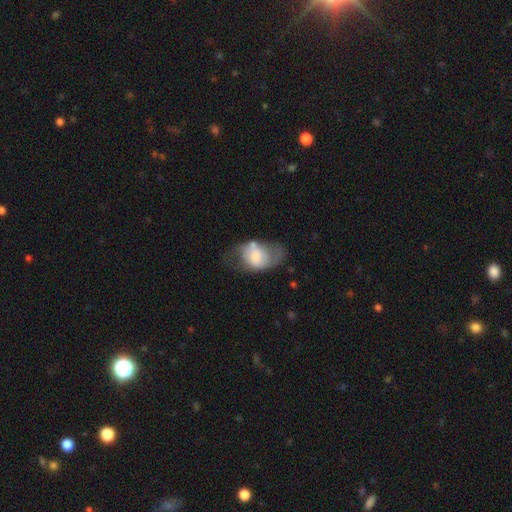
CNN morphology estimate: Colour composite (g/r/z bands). It shows a smooth galaxy with no disk features (53%) that is in between round and cigar-shaped (81%). Merging: none (41%).